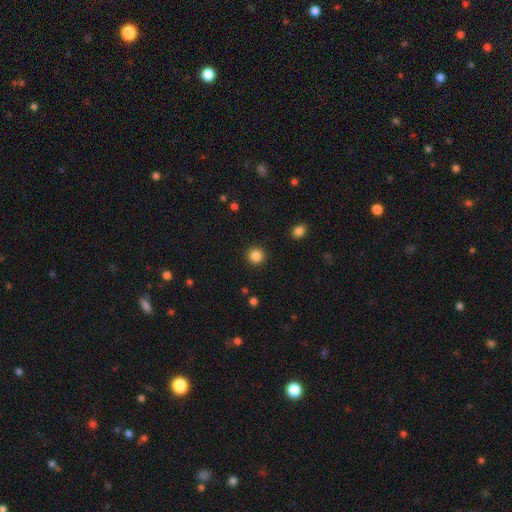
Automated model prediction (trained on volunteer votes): The model was most divided on "smooth or featured": smooth: 85%, star or artifact: 11%, featured or disk: 4%. More confident: how rounded — round (95%); merging — none (92%).